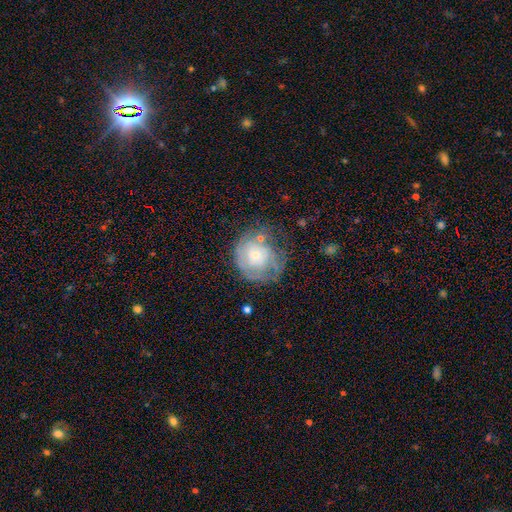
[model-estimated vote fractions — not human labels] Smooth or featured: featured or disk — 52% (smooth — 39%)
Edge-on disk: no — 97% (yes — 3%)
Bar: no — 83% (weak — 14%)
Spiral arms: yes — 51% (no — 49%)
Bulge size: small — 58% (moderate — 30%)
Merging: none — 45% (minor disturbance — 27%)